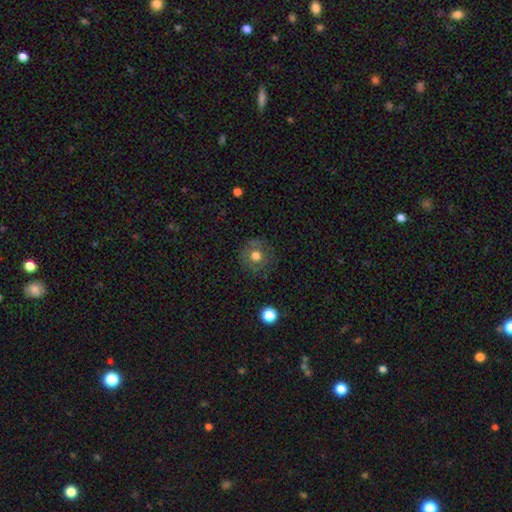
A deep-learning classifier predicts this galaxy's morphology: smooth_or_featured: smooth (p=0.64) [alt: featured or disk p=0.24]
how_rounded: round (p=0.92) [alt: in between p=0.07]
merging: none (p=0.82) [alt: minor disturbance p=0.12]